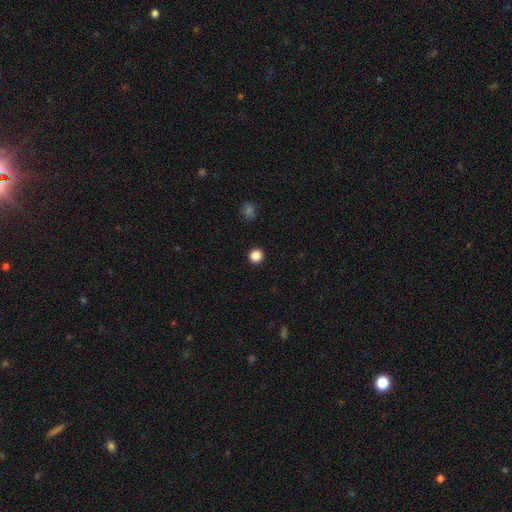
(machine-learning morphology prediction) This is clearly a smooth galaxy (87%). How rounded: clearly round (96%). Merging: clearly none (93%).